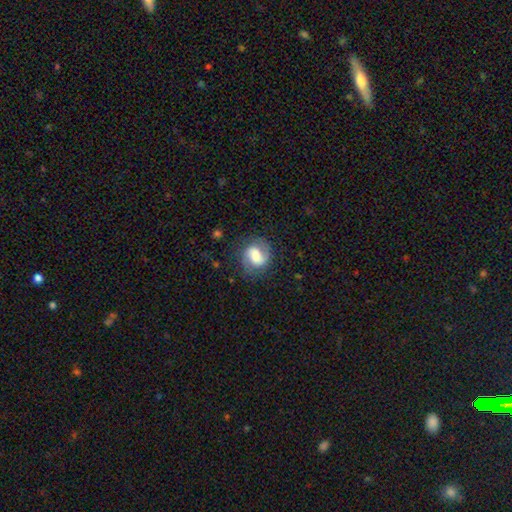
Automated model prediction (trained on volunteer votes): Smooth or featured: featured or disk — 69% (smooth — 24%)
Edge-on disk: no — 98% (yes — 2%)
Bar: weak — 49% (no — 30%)
Spiral arms: yes — 93% (no — 7%)
Spiral winding: medium — 47% (loose — 30%)
Spiral arm count: 2 — 81% (1 — 11%)
Bulge size: moderate — 40% (large — 31%)
Merging: none — 74% (minor disturbance — 17%)